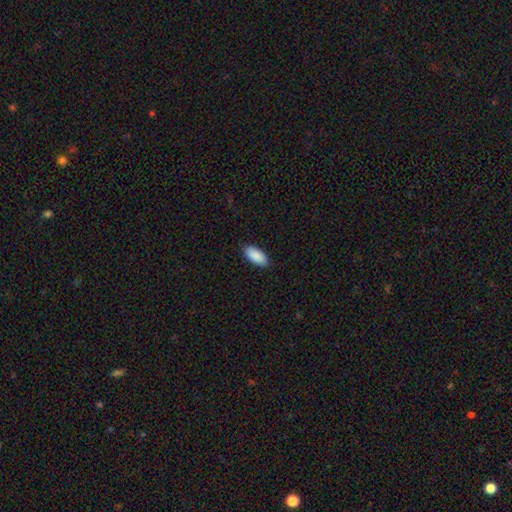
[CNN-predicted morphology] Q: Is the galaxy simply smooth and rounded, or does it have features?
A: smooth — 90%.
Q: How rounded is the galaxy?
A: in between — 93%.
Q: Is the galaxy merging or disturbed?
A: none — 88%.